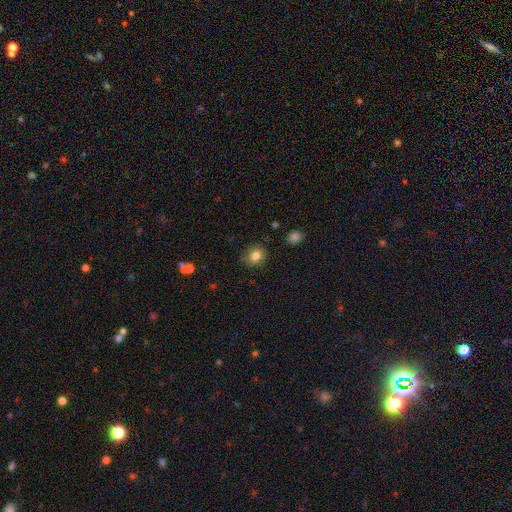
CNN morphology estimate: This is clearly a smooth galaxy (82%). How rounded: likely round (76%). Merging: clearly none (84%).